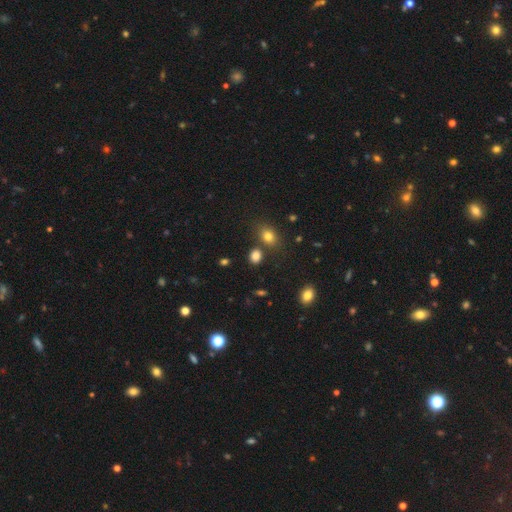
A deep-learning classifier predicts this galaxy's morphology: smooth_or_featured: smooth (p=0.82) [alt: star or artifact p=0.12]
how_rounded: round (p=0.50) [alt: in between p=0.49]
merging: none (p=0.74) [alt: merger p=0.11]